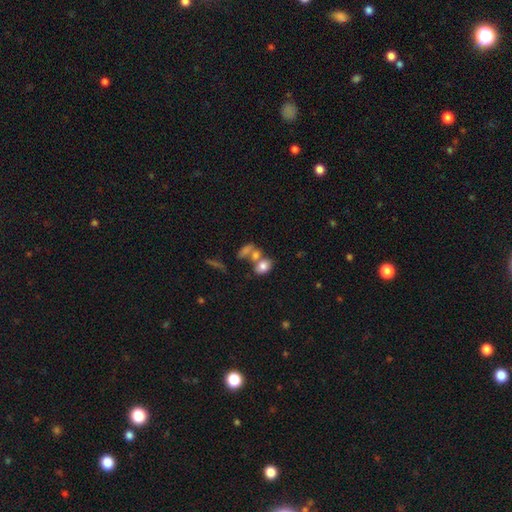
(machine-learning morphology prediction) Smooth or featured? smooth (70%)
How rounded? in between (70%)
Merging? merger (47%)